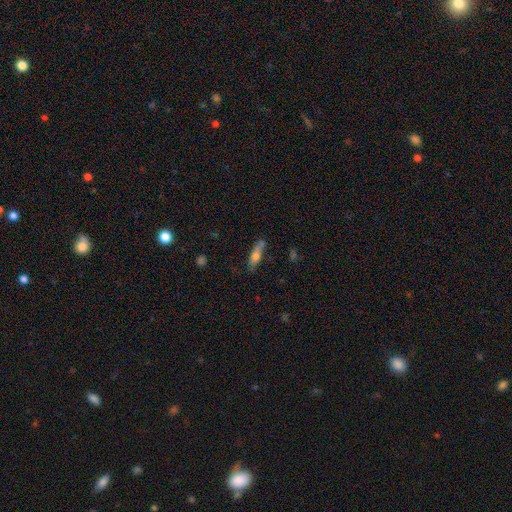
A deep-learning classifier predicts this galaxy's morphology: Smooth or featured? smooth (62%)
How rounded? cigar-shaped (66%)
Merging? none (59%)